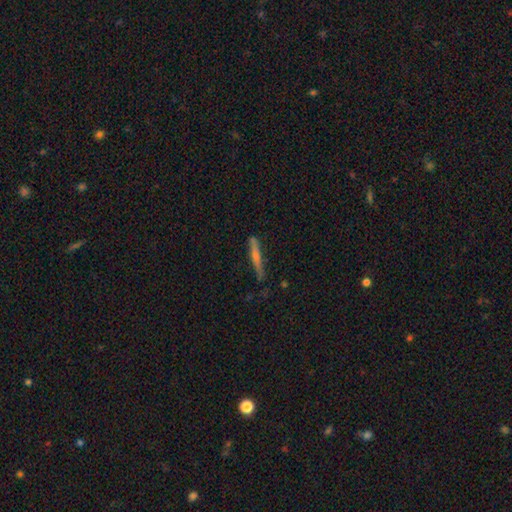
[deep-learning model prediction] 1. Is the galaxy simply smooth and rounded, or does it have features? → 57% featured or disk, 35% smooth, 7% star or artifact.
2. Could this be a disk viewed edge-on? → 96% yes, 4% no.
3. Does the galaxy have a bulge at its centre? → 68% rounded, 25% none, 7% boxy.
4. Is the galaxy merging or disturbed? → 81% none, 14% minor disturbance, 3% major disturbance, 2% merger.